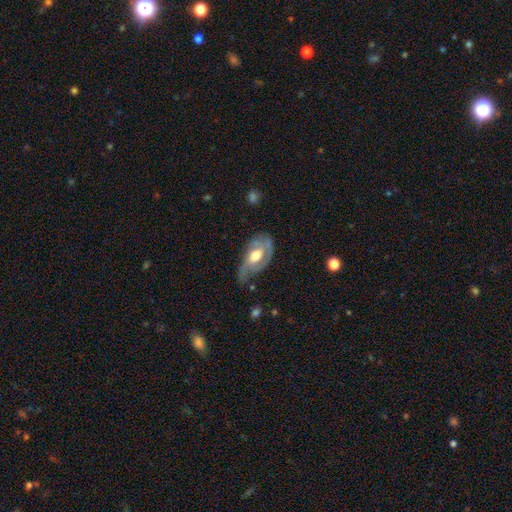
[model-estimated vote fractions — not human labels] This is likely a featured or disk galaxy (72%). It is clearly not viewed edge-on (92%). Bar: likely no (60%). Spiral arm pattern: clearly yes (82%). Spiral arm count: possibly 2 (47%). Spiral winding: marginally medium (41%). Central bulge: likely moderate (68%). Merging: marginally none (43%).